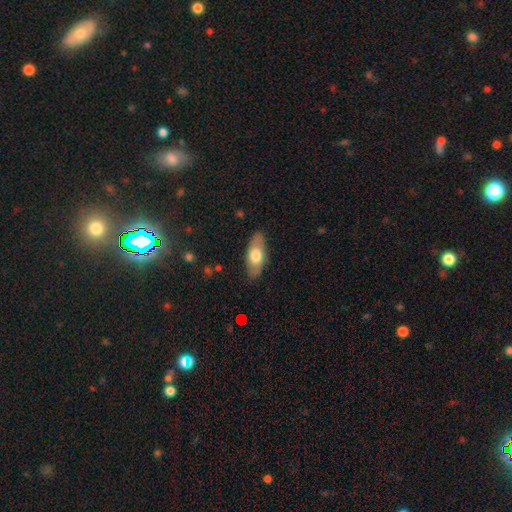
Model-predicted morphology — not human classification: Overall: smooth (66%; featured or disk 29%). How rounded: in between (81%). Merging: none (85%).